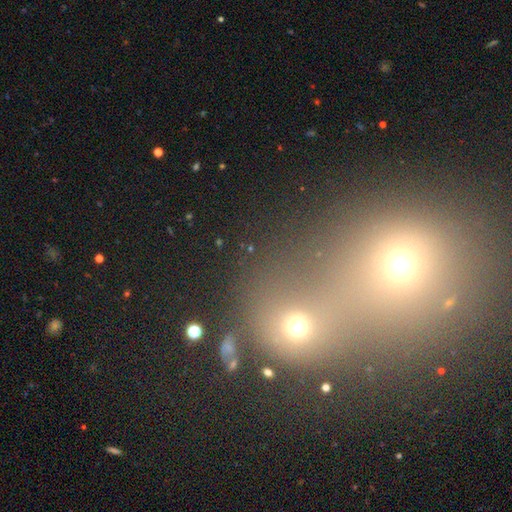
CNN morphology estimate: Q: Smooth or featured?
A: smooth (45%); runner-up: star or artifact (42%)
Q: Merging?
A: merger (61%); runner-up: none (28%)